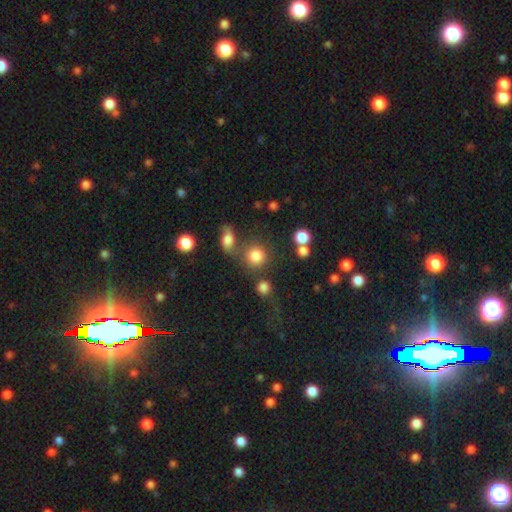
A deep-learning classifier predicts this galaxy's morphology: Smooth or featured?
  - smooth: 81% *
  - star or artifact: 12%
  - featured or disk: 8%
How rounded?
  - round: 89% *
  - in between: 10%
  - cigar-shaped: 1%
Merging?
  - none: 62% *
  - merger: 19%
  - minor disturbance: 12%
  - major disturbance: 7%